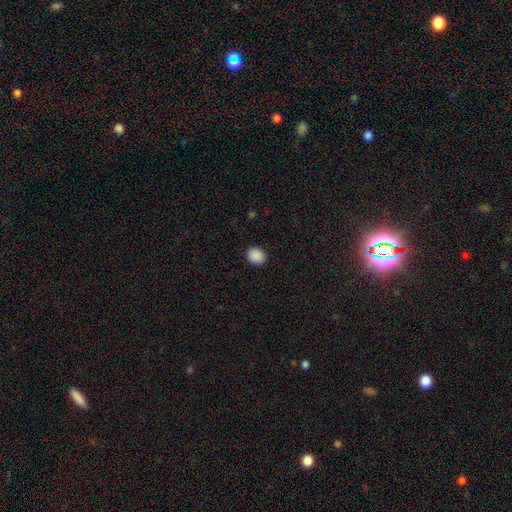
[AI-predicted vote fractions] smooth 89%, star or artifact 8%, featured or disk 3%. Down the decision tree: how rounded — round (57%); merging — none (88%).